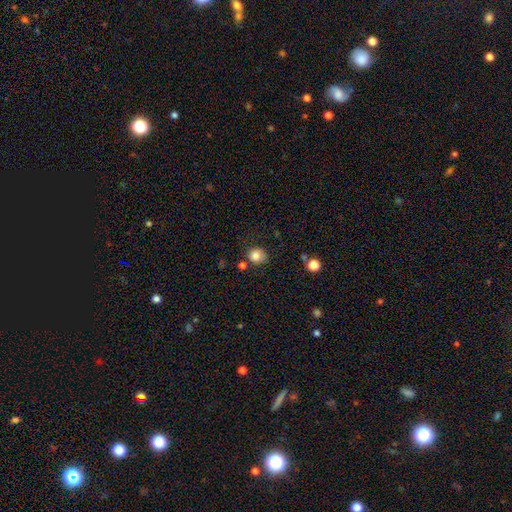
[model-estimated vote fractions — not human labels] Smooth or featured: smooth — 83% (star or artifact — 11%)
How rounded: round — 79% (in between — 21%)
Merging: none — 72% (minor disturbance — 16%)